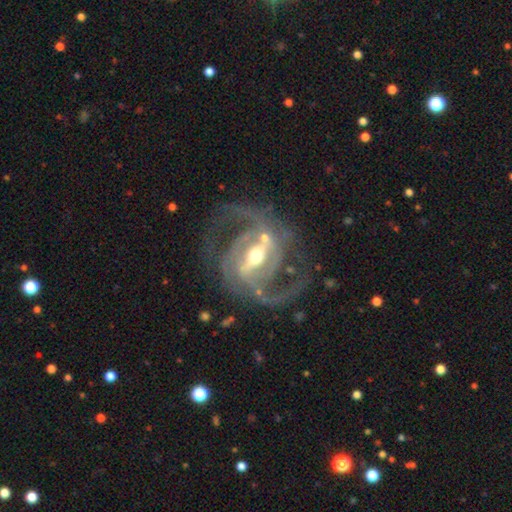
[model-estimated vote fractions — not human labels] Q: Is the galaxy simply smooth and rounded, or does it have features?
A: featured or disk — 93%.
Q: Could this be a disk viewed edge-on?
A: no — 97%.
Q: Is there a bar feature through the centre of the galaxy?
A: strong — 65%.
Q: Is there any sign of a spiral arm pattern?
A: yes — 97%.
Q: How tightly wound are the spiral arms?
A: medium — 58%.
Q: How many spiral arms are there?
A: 2 — 81%.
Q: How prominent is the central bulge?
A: moderate — 65%.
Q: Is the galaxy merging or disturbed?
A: none — 72%.